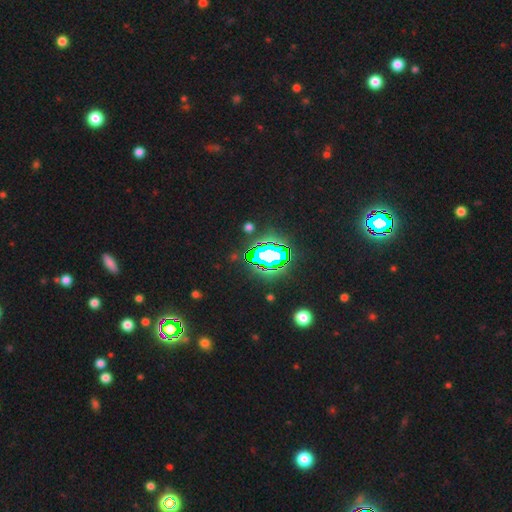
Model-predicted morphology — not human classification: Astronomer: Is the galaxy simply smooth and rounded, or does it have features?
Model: star or artifact — 80%.